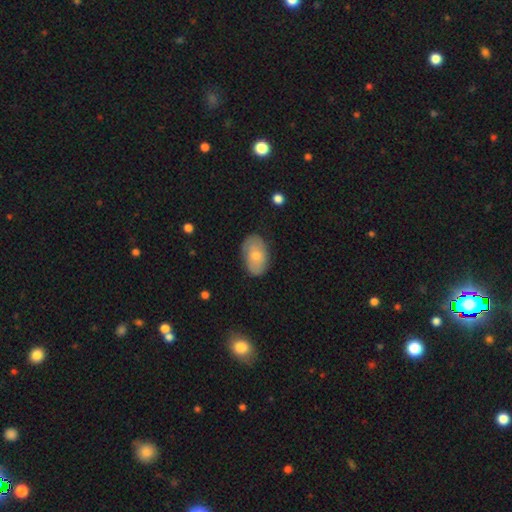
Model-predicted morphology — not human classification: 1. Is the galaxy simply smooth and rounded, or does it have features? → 65% smooth, 28% featured or disk, 7% star or artifact.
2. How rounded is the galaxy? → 90% in between, 9% round, 1% cigar-shaped.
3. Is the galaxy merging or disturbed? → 79% none, 17% minor disturbance, 3% major disturbance, 1% merger.